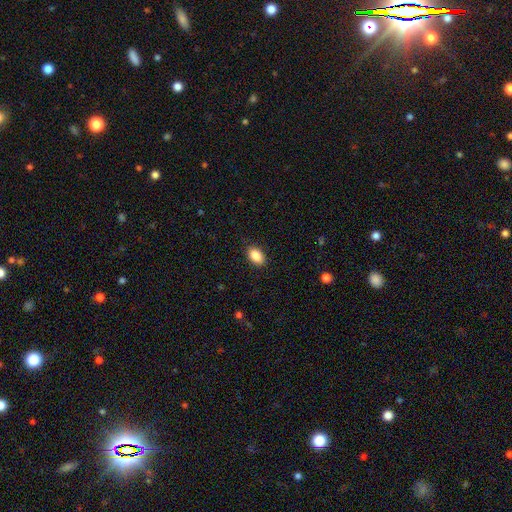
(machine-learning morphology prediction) Overall: smooth (88%). How rounded: in between (89%). Merging: none (88%).